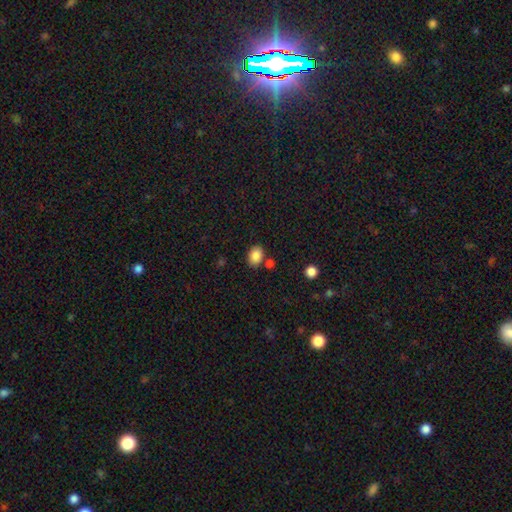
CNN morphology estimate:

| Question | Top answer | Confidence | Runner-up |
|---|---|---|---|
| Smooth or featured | smooth | 87% | star or artifact (8%) |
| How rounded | in between | 75% | round (24%) |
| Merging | none | 77% | minor disturbance (11%) |